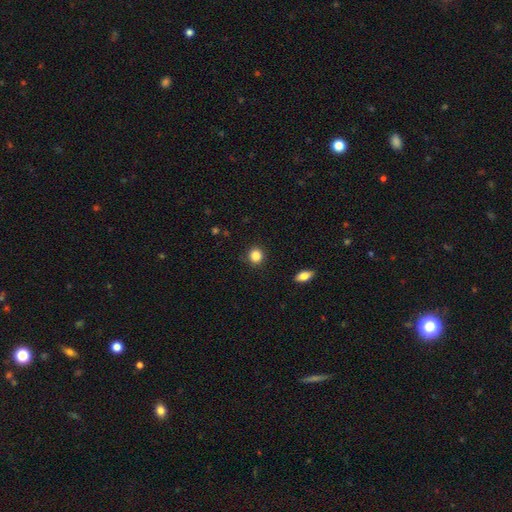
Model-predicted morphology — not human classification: A smooth galaxy with no disk features (85%) that is round (89%).

Vote fractions:
- Smooth or featured? smooth: 85% / star or artifact: 11% / featured or disk: 4%
- How rounded? round: 89% / in between: 10% / cigar-shaped: 1%
- Merging? none: 90% / minor disturbance: 7% / major disturbance: 2% / merger: 1%